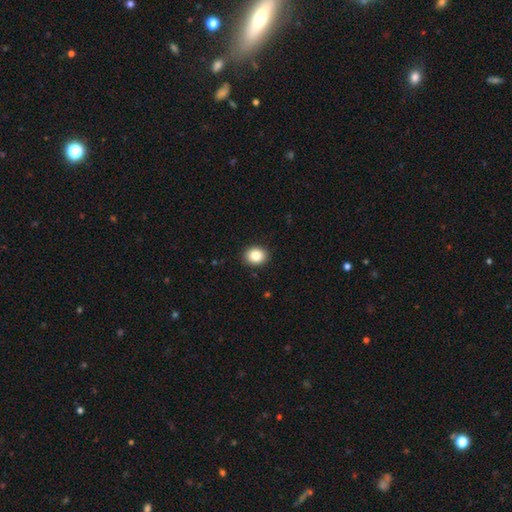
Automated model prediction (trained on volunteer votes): This is clearly a smooth galaxy (86%). How rounded: likely round (63%). Merging: clearly none (91%).